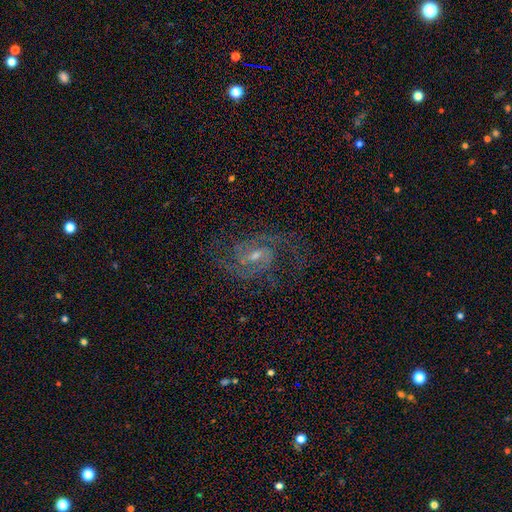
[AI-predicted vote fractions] Smooth or featured?
  - featured or disk: 88% *
  - star or artifact: 6%
  - smooth: 6%
Edge-on disk?
  - no: 98% *
  - yes: 2%
Bar?
  - weak: 60% *
  - no: 23%
  - strong: 17%
Spiral arms?
  - yes: 97% *
  - no: 3%
Spiral winding?
  - medium: 57% *
  - loose: 22%
  - tight: 20%
Spiral arm count?
  - 2: 82% *
  - 3: 6%
  - can't tell: 6%
  - 1: 2%
  - 4: 2%
  - more than 4: 2%
Bulge size?
  - small: 49% *
  - moderate: 43%
  - none: 4%
  - large: 3%
  - dominant: 1%
Merging?
  - none: 70% *
  - minor disturbance: 15%
  - major disturbance: 13%
  - merger: 2%